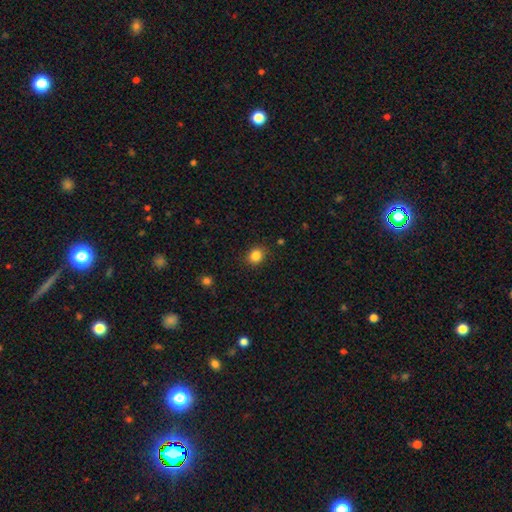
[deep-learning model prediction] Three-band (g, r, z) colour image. It shows a smooth galaxy with no disk features (84%) that is round (74%). Merging: none (87%).